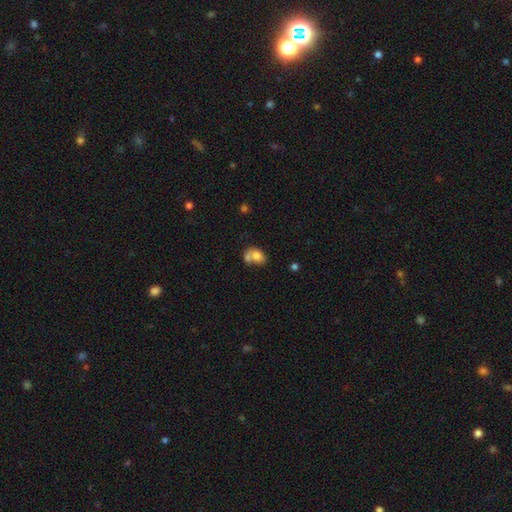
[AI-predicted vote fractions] This is likely a smooth galaxy (75%). How rounded: likely in between (67%). Merging: possibly merger (56%).